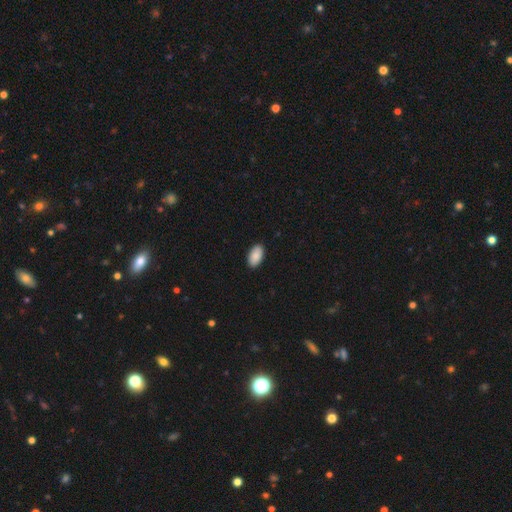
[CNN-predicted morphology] A smooth galaxy with no disk features (90%) that is in between round and cigar-shaped (96%). Merging: none (91%).